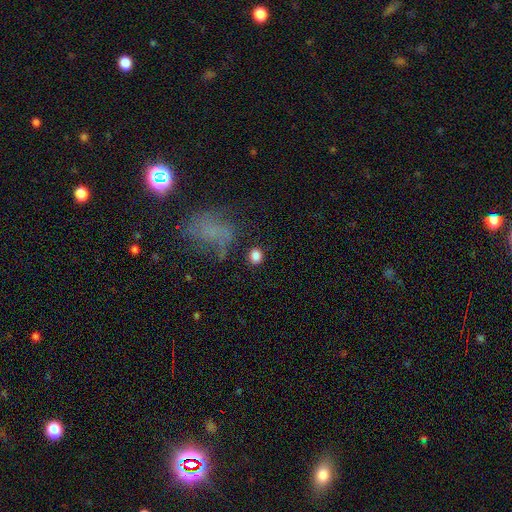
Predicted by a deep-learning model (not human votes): Morphology: type=smooth (83%); roundness=round (68%); merging=none (83%).